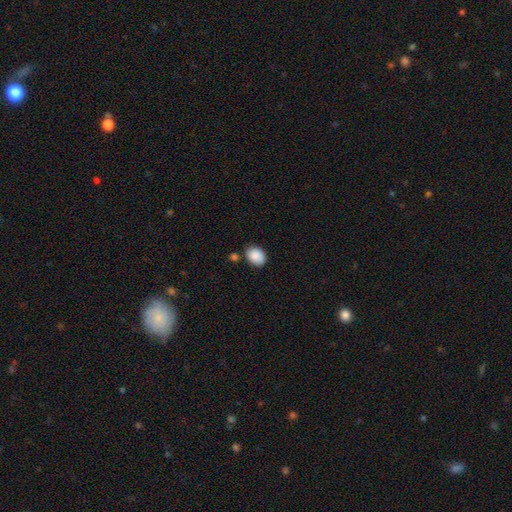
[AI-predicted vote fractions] This is clearly a smooth galaxy (88%). How rounded: likely in between (64%). Merging: likely none (71%).